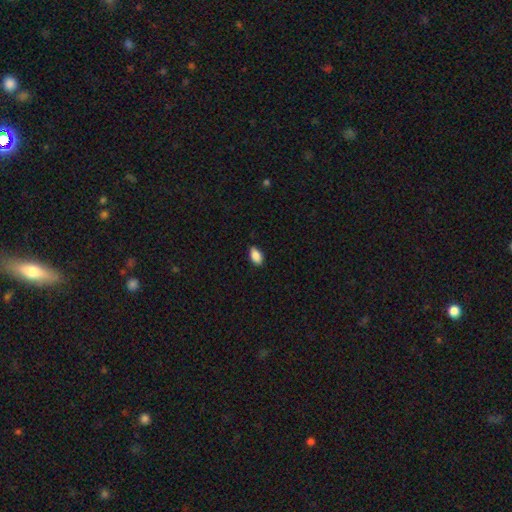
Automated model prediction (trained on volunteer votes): This is clearly a smooth galaxy (88%). How rounded: clearly in between (92%). Merging: clearly none (85%).